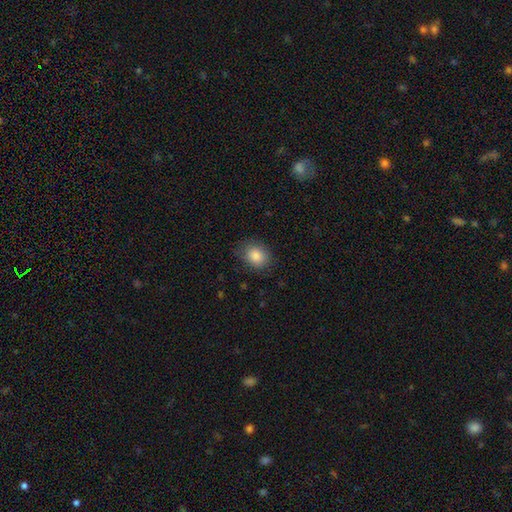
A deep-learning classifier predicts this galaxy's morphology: Smooth or featured?
  - smooth: 86% *
  - star or artifact: 9%
  - featured or disk: 5%
How rounded?
  - round: 51% *
  - in between: 48%
  - cigar-shaped: 1%
Merging?
  - none: 80% *
  - minor disturbance: 15%
  - major disturbance: 4%
  - merger: 1%